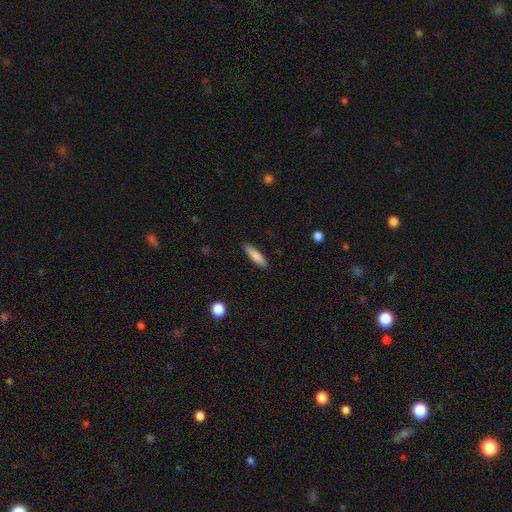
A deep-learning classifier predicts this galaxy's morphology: A smooth galaxy with no disk features (84%) that is cigar-shaped (67%). Merging: none (89%).